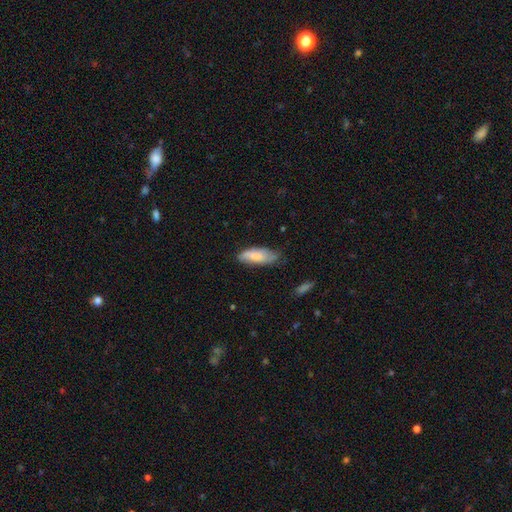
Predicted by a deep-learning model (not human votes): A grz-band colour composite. It shows a smooth galaxy with no disk features (75%) that is in between round and cigar-shaped (74%). Merging: none (60%).